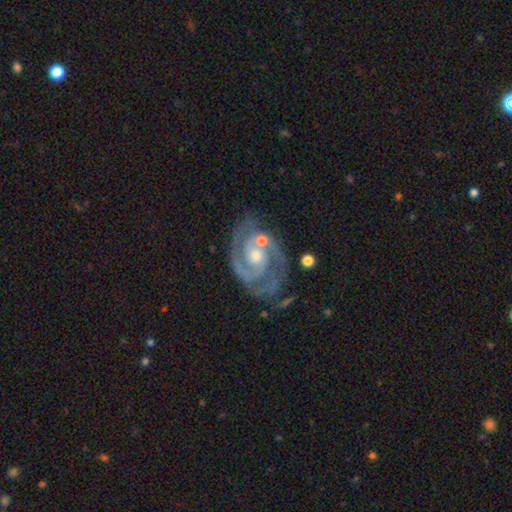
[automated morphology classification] featured or disk 90%, star or artifact 5%, smooth 5%. Down the decision tree: edge-on disk — no (97%); bar — no (59%); spiral arms — yes (98%); spiral arm count — 2 (76%); spiral winding — tight (58%); bulge size — moderate (55%); merging — none (60%).